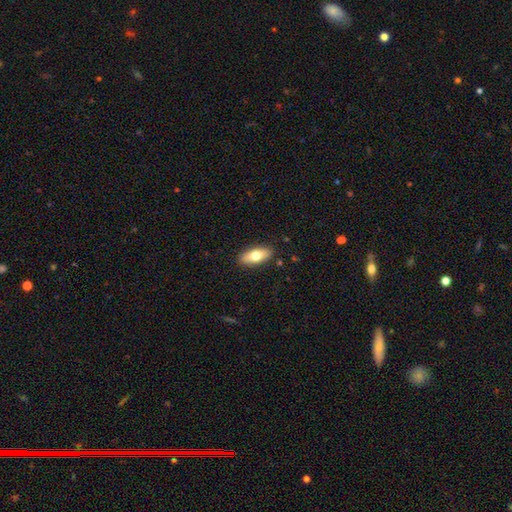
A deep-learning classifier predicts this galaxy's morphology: Q: Smooth or featured?
A: smooth (70%); runner-up: featured or disk (23%)
Q: How rounded?
A: in between (83%); runner-up: cigar-shaped (13%)
Q: Merging?
A: none (89%); runner-up: minor disturbance (8%)